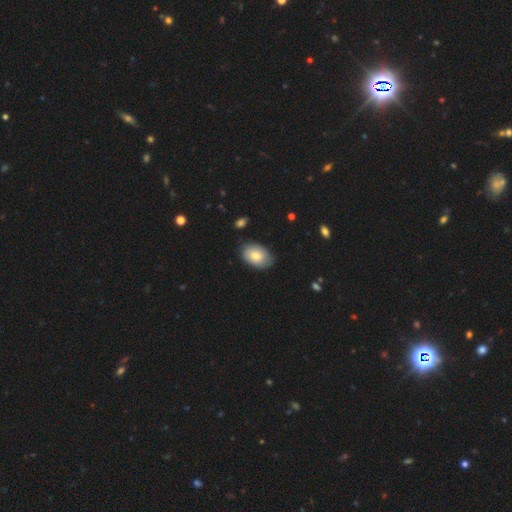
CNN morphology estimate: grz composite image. It shows a smooth galaxy with no disk features (76%) that is in between round and cigar-shaped (87%). Merging: none (78%).